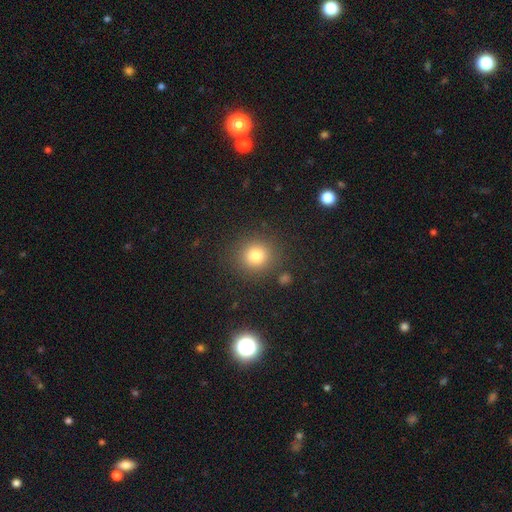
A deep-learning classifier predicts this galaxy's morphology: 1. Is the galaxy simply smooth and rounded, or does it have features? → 78% smooth, 14% star or artifact, 8% featured or disk.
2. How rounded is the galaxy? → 89% round, 10% in between, 1% cigar-shaped.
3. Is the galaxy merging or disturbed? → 87% none, 8% minor disturbance, 3% major disturbance, 2% merger.